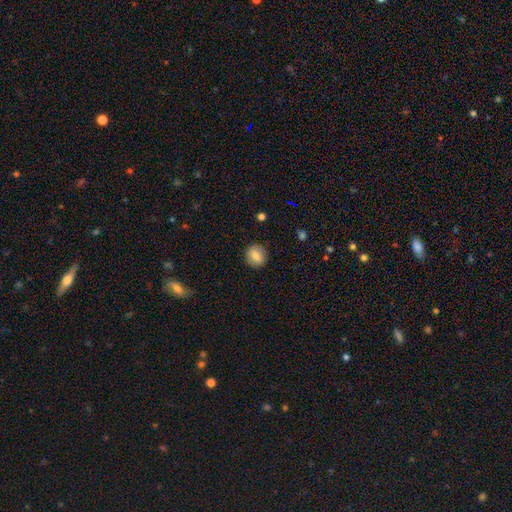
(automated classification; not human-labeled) Morphology: type=smooth (76%); roundness=round (76%); merging=none (88%).